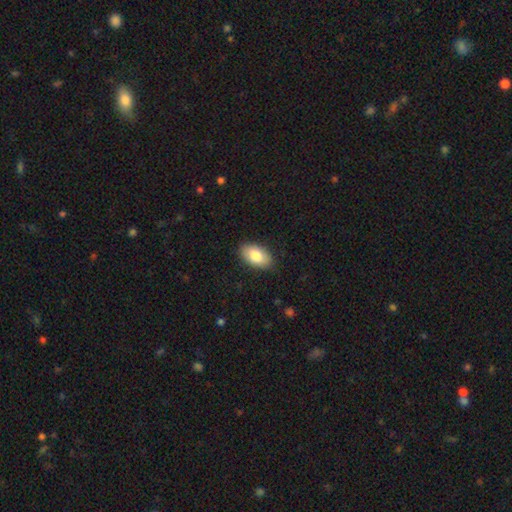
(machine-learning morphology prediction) This appears to be a smooth galaxy with no disk features (81%) that is in between round and cigar-shaped (93%). Merging: none (87%).